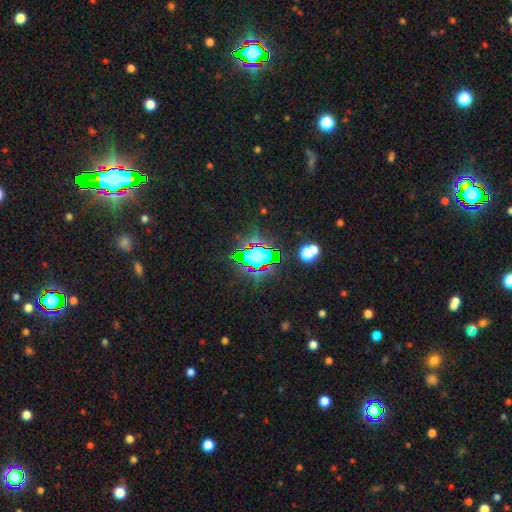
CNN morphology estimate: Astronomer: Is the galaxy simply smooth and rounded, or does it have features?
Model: star or artifact — 61%.